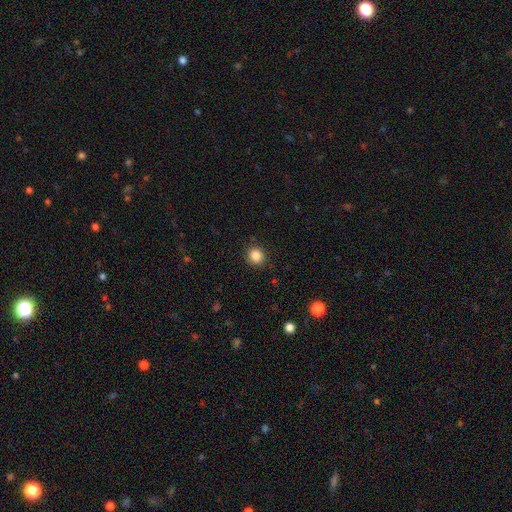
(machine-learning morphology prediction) Smooth or featured?
  - smooth: 85% *
  - star or artifact: 11%
  - featured or disk: 4%
How rounded?
  - round: 85% *
  - in between: 14%
  - cigar-shaped: 1%
Merging?
  - none: 90% *
  - minor disturbance: 7%
  - major disturbance: 2%
  - merger: 1%